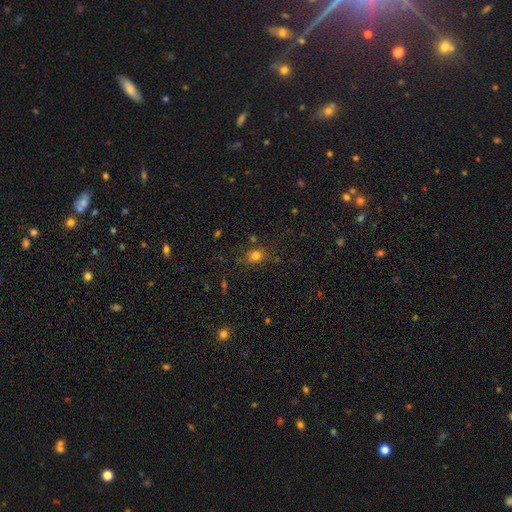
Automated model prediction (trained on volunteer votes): The model was most divided on "how rounded": in between: 52%, round: 46%, cigar-shaped: 2%. More confident: smooth or featured — smooth (77%); merging — none (75%).